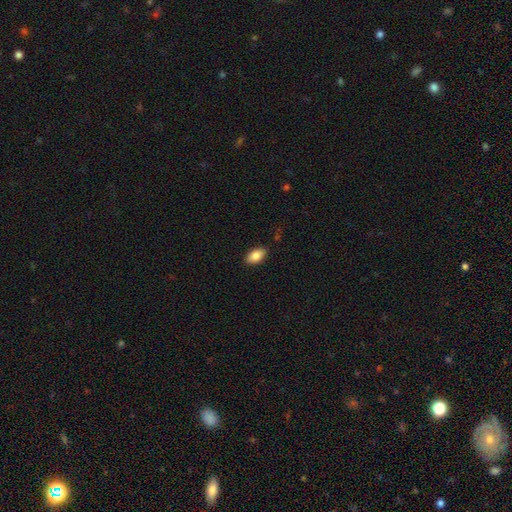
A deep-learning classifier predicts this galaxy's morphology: type=smooth (86%); roundness=in between (93%); merging=none (87%).